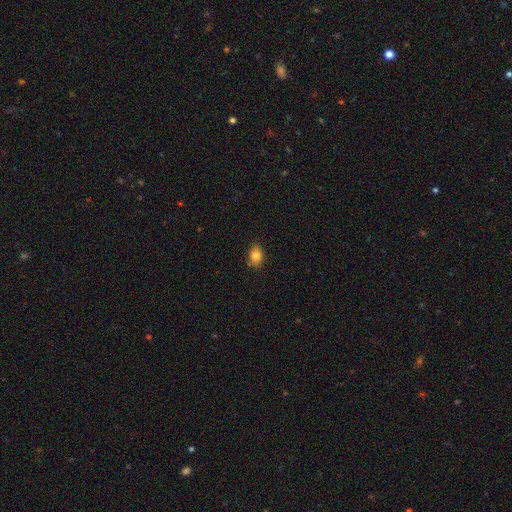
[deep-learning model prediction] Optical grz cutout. It shows a smooth galaxy with no disk features (82%) that is in between round and cigar-shaped (61%). Merging: none (79%).